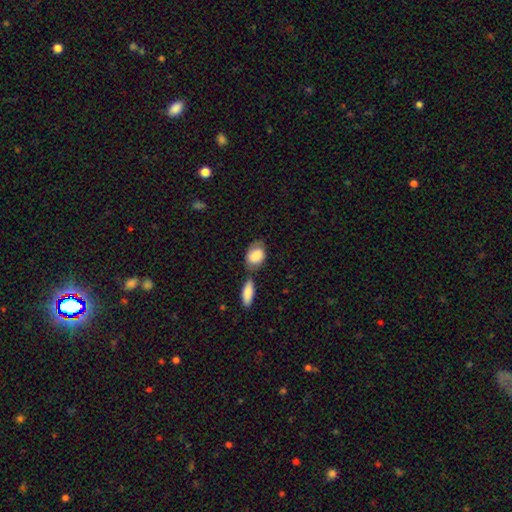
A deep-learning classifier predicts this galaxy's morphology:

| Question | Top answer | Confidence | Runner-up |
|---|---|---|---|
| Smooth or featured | smooth | 81% | featured or disk (12%) |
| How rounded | in between | 75% | round (23%) |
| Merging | none | 45% | merger (25%) |